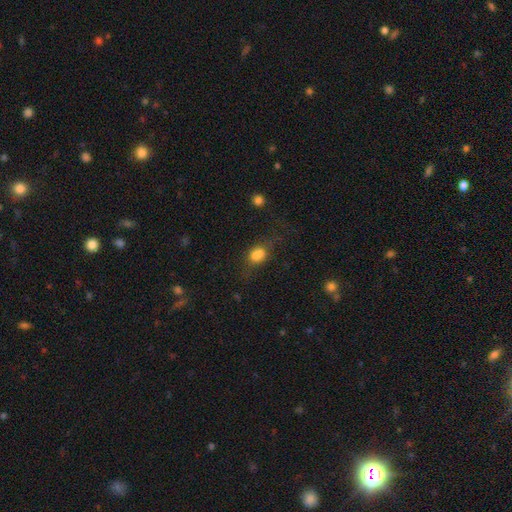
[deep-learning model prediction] Overall: smooth (78%). How rounded: in between (64%; round 33%). Merging: none (49%; minor disturbance 24%).